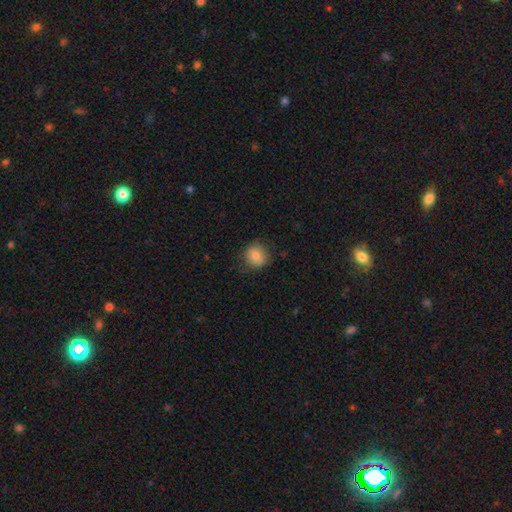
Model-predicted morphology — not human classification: type=smooth (84%); roundness=round (83%); merging=none (80%).